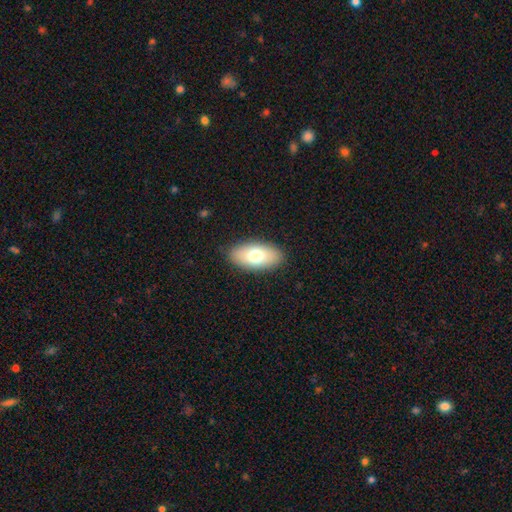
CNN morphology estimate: Smooth or featured: smooth — 71% (featured or disk — 21%)
How rounded: in between — 92% (round — 4%)
Merging: none — 88% (minor disturbance — 9%)